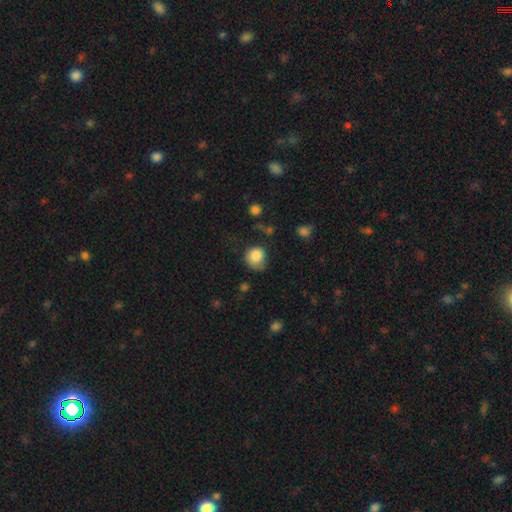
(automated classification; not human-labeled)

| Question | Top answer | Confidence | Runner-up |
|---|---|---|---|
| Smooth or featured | smooth | 84% | star or artifact (8%) |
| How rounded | round | 80% | in between (19%) |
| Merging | none | 52% | minor disturbance (32%) |